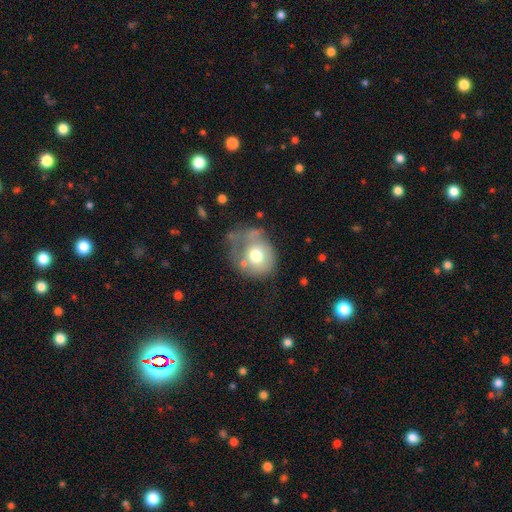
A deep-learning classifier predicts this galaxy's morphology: smooth_or_featured: smooth (p=0.65) [alt: featured or disk p=0.27]
how_rounded: round (p=0.67) [alt: in between p=0.32]
merging: major disturbance (p=0.31) [alt: none p=0.29]